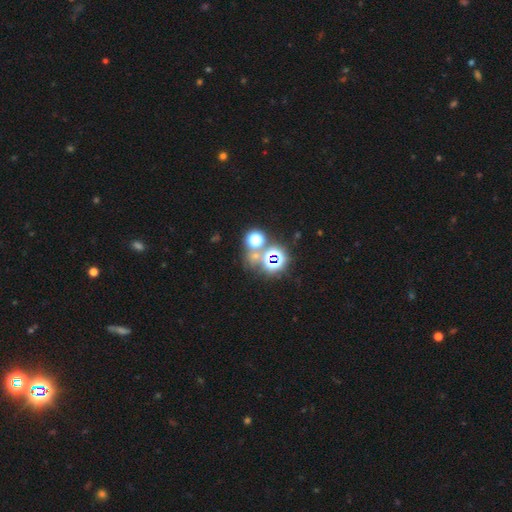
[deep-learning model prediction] Morphology: type=star or artifact (60%).